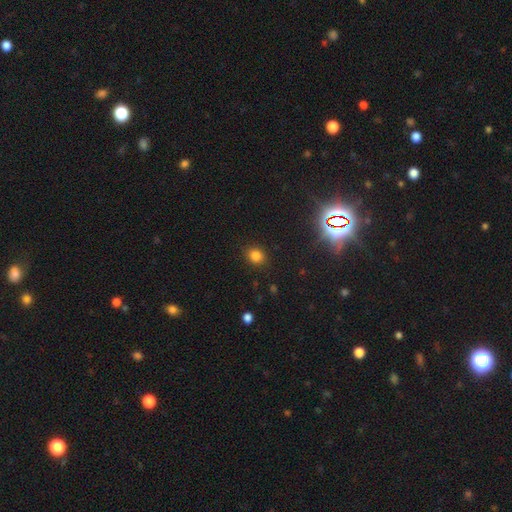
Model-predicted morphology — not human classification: smooth 81%, star or artifact 14%, featured or disk 5%. Down the decision tree: how rounded — round (66%); merging — none (87%).